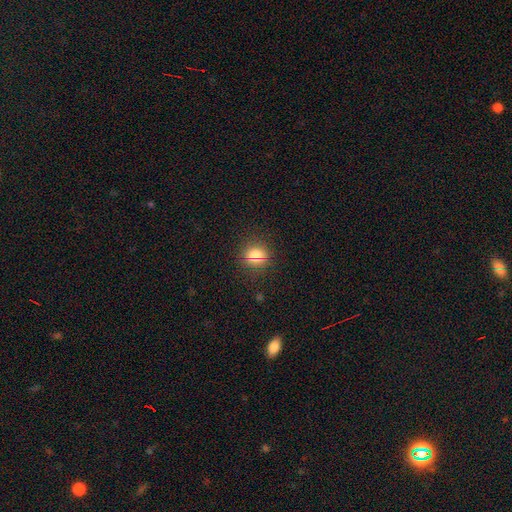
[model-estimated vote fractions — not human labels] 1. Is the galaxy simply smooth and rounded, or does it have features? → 72% smooth, 20% star or artifact, 8% featured or disk.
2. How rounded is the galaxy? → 78% round, 19% in between, 2% cigar-shaped.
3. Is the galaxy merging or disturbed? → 88% none, 8% minor disturbance, 3% major disturbance, 2% merger.